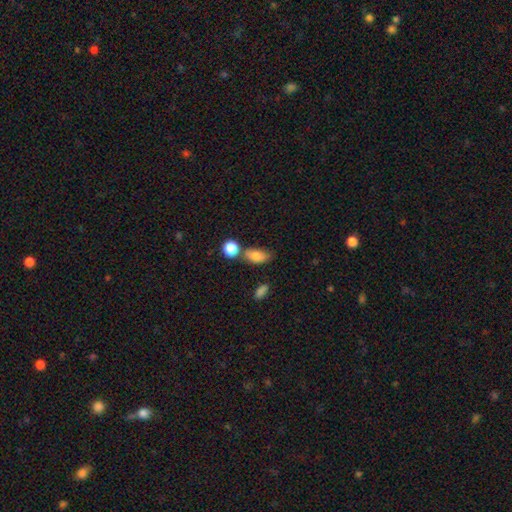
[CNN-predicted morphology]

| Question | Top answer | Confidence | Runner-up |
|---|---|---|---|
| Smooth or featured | smooth | 79% | featured or disk (11%) |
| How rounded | in between | 84% | round (11%) |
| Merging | none | 56% | minor disturbance (20%) |